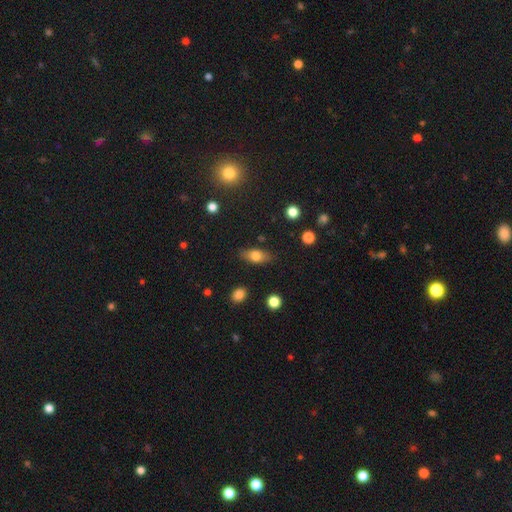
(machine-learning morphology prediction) This appears to be a smooth galaxy with no disk features (73%) that is in between round and cigar-shaped (84%). Merging: none (81%).